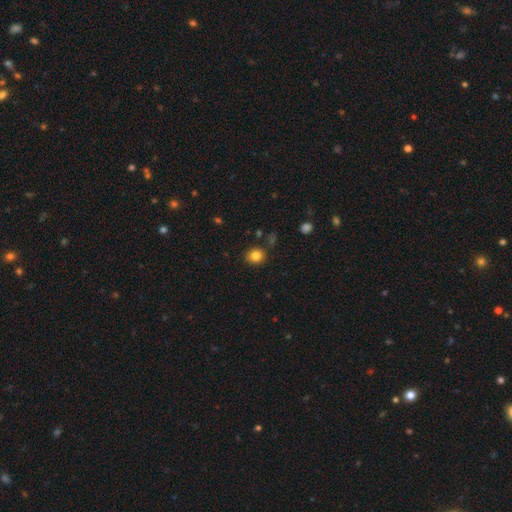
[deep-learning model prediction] Morphology: type=smooth (82%); roundness=round (81%); merging=none (87%).